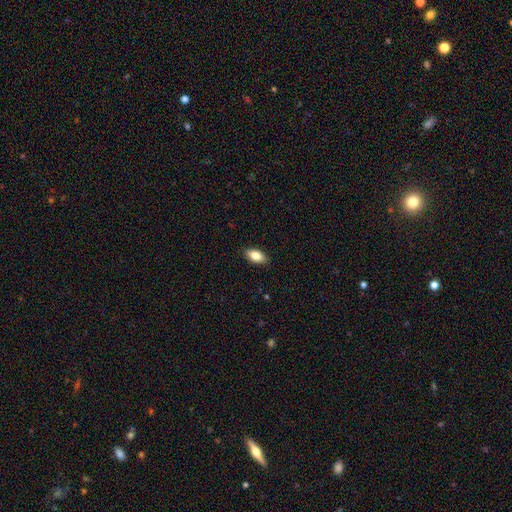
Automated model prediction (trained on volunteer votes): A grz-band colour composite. It shows a smooth galaxy with no disk features (83%) that is in between round and cigar-shaped (90%). Merging: none (89%).